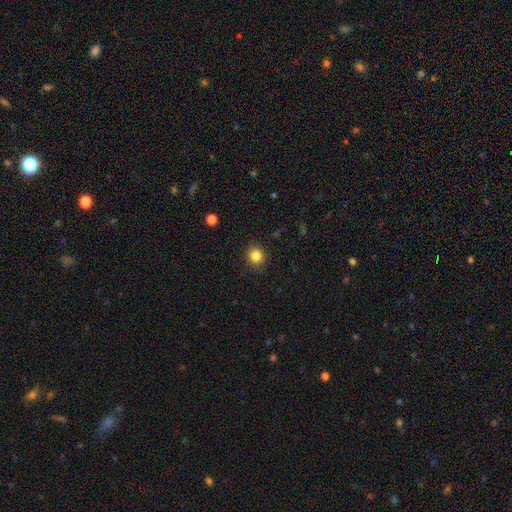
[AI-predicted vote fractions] Q: Smooth or featured?
A: smooth (84%); runner-up: star or artifact (11%)
Q: How rounded?
A: round (86%); runner-up: in between (13%)
Q: Merging?
A: none (89%); runner-up: minor disturbance (7%)